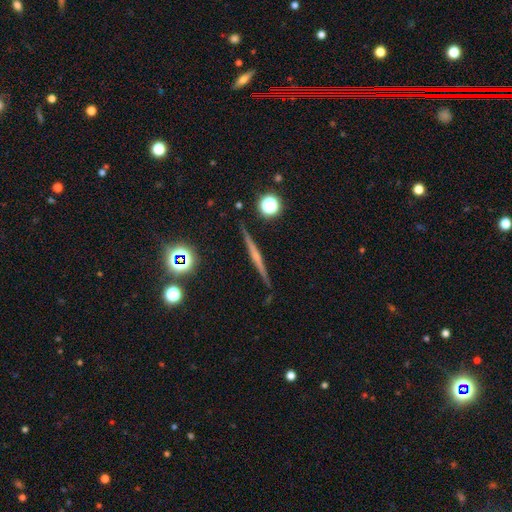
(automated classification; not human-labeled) smooth_or_featured: featured or disk (p=0.67) [alt: smooth p=0.22]
disk_edge_on: yes (p=0.98) [alt: no p=0.02]
edge_on_bulge: rounded (p=0.44) [tied with: none p=0.44]
merging: none (p=0.91) [alt: minor disturbance p=0.07]